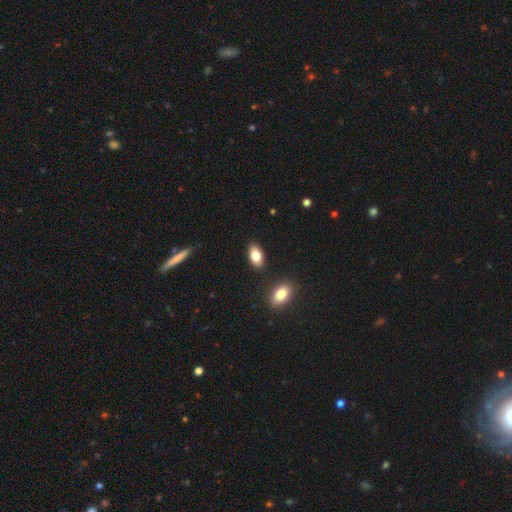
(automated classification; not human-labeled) The model was most divided on "smooth or featured": smooth: 82%, featured or disk: 11%, star or artifact: 7%. More confident: how rounded — in between (92%); merging — none (86%).